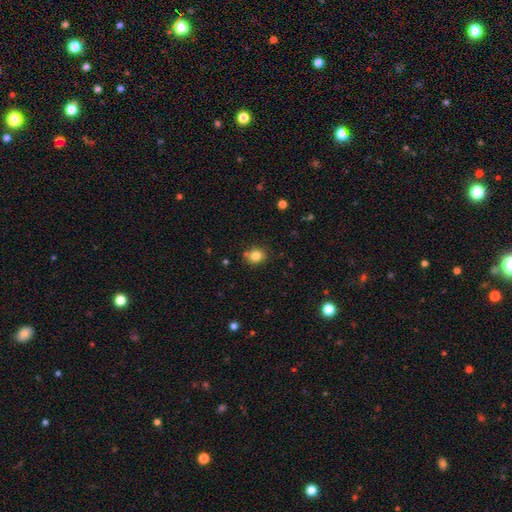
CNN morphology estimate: smooth-or-featured: smooth: 82% | star or artifact: 11% | featured or disk: 6%
  how-rounded: round: 73% | in between: 26% | cigar-shaped: 1%
  merging: none: 78% | minor disturbance: 13% | merger: 6% | major disturbance: 3%